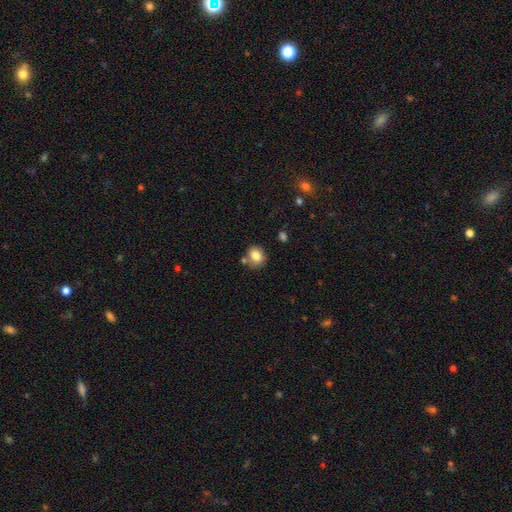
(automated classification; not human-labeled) Overall: smooth (83%). How rounded: round (66%; in between 33%). Merging: none (69%).